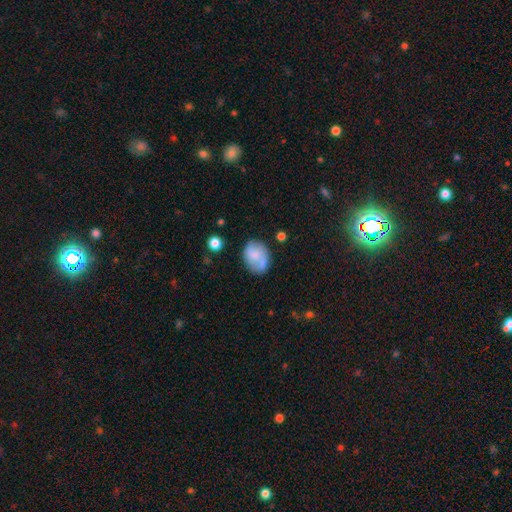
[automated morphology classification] The model was most divided on "smooth or featured": smooth: 60%, featured or disk: 32%, star or artifact: 8%. More confident: how rounded — in between (66%); merging — none (57%).